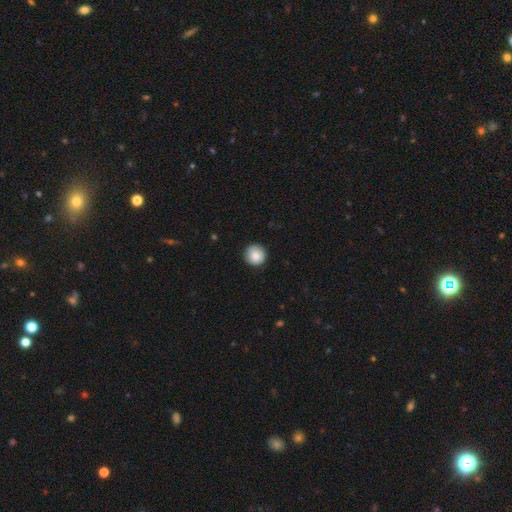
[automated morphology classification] This appears to be a smooth galaxy with no disk features (86%) that is round (95%). Merging: none (90%).